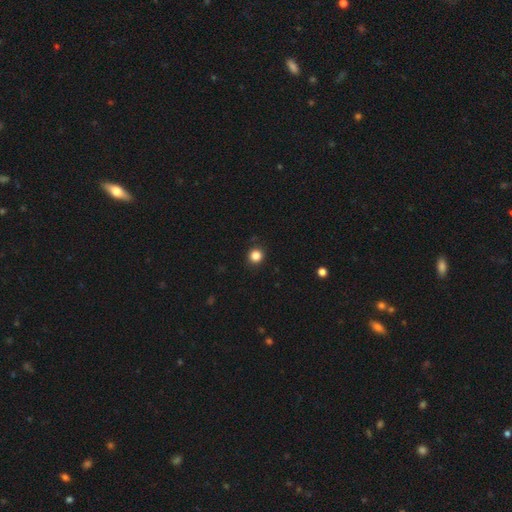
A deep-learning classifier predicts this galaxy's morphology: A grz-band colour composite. It shows a smooth galaxy with no disk features (85%) that is round (93%). Merging: none (91%).